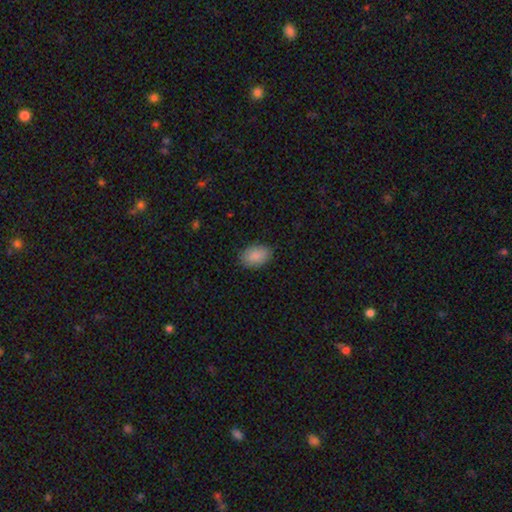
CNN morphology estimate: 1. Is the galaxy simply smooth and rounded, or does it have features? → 88% smooth, 7% star or artifact, 5% featured or disk.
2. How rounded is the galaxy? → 88% in between, 11% round, 1% cigar-shaped.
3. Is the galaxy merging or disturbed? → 85% none, 11% minor disturbance, 3% major disturbance, 1% merger.